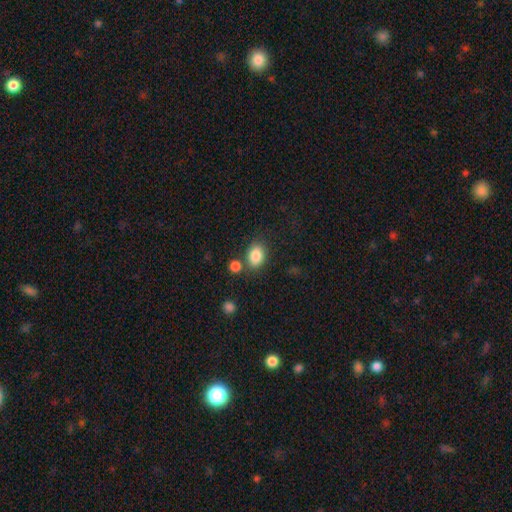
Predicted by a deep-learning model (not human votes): Smooth or featured: smooth — 86% (star or artifact — 9%)
How rounded: in between — 73% (round — 26%)
Merging: none — 72% (minor disturbance — 13%)